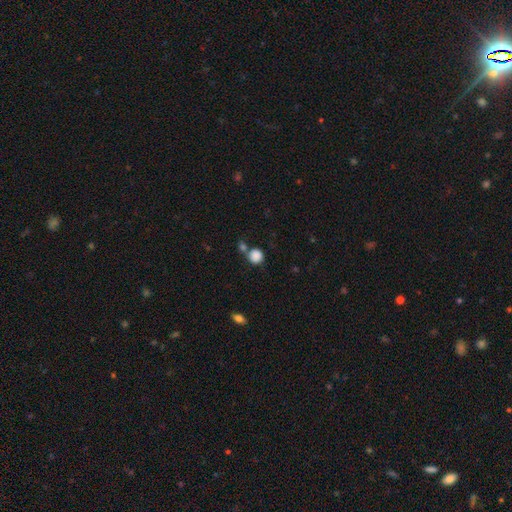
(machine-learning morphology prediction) Smooth or featured: smooth — 86% (star or artifact — 10%)
How rounded: round — 86% (in between — 13%)
Merging: none — 55% (merger — 28%)